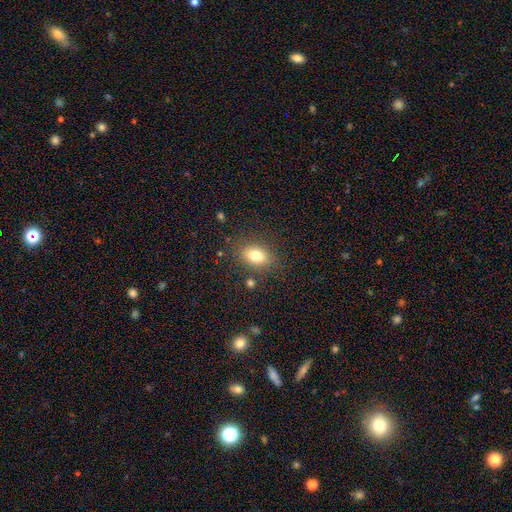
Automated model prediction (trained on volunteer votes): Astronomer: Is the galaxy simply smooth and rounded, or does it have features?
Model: smooth — 78%.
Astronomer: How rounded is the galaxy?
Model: in between — 80%.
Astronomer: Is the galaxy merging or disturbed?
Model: none — 82%.